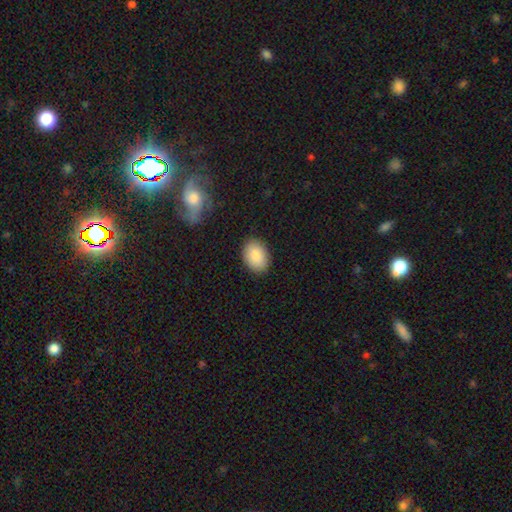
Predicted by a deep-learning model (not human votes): Q: Smooth or featured?
A: smooth (87%); runner-up: star or artifact (7%)
Q: How rounded?
A: in between (75%); runner-up: round (24%)
Q: Merging?
A: none (88%); runner-up: minor disturbance (9%)